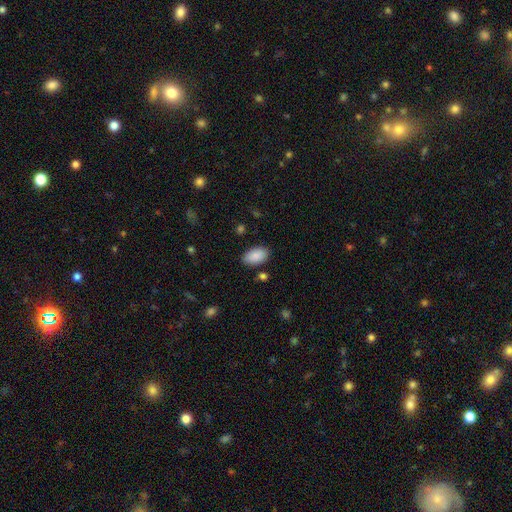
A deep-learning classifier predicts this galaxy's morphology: Smooth or featured? Predicted: smooth (p=0.88). How rounded? Predicted: in between (p=0.95). Merging? Predicted: none (p=0.85).